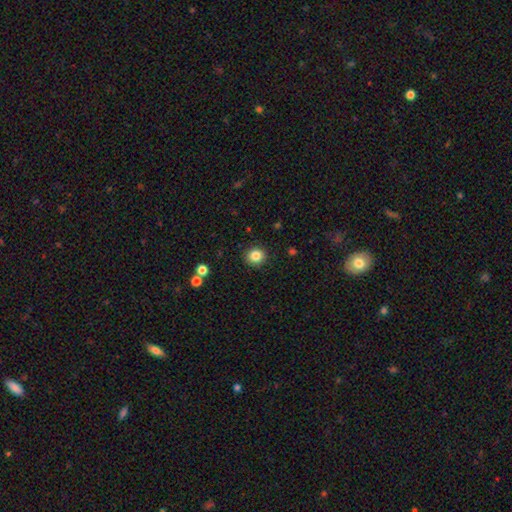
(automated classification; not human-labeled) Smooth or featured: smooth — 84% (star or artifact — 11%)
How rounded: round — 86% (in between — 13%)
Merging: none — 91% (minor disturbance — 6%)